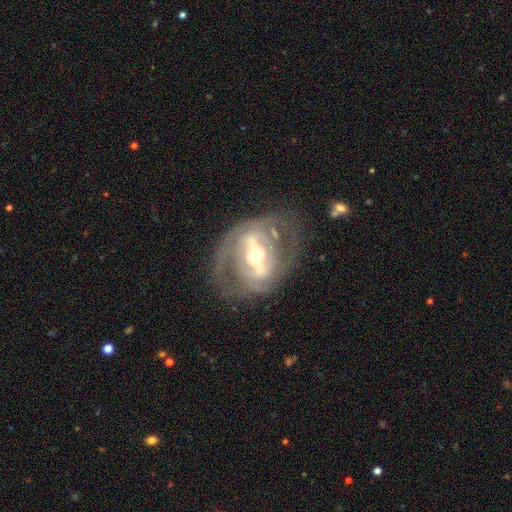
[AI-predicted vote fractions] A featured or disk galaxy (83%) with a strong bar (63%), 2 (58%) tight (45%) spiral arms (70%) and a moderate central bulge (65%). Merging: none (65%).